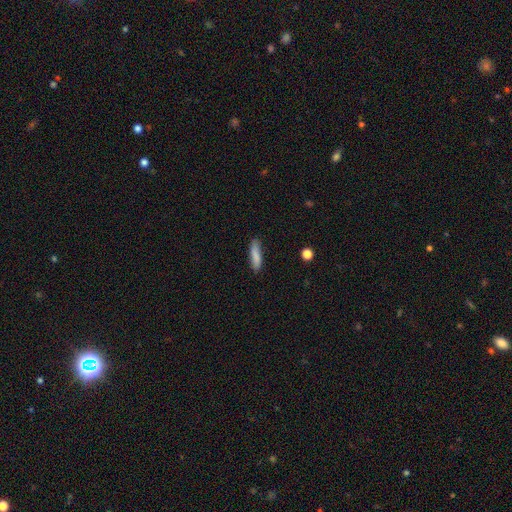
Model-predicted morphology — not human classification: This appears to be a smooth galaxy with no disk features (84%) that is cigar-shaped (71%). Merging: none (82%).